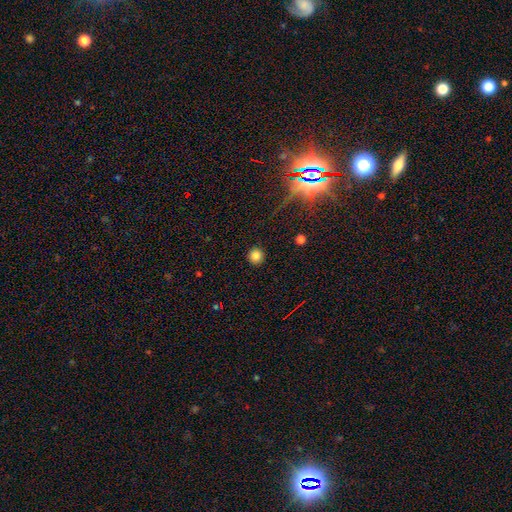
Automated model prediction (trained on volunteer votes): A smooth galaxy with no disk features (83%) that is round (95%). Merging: none (92%).